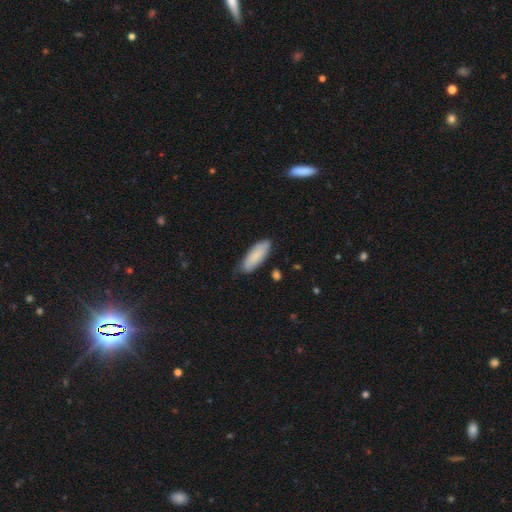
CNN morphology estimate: Smooth or featured?
  - smooth: 82% *
  - featured or disk: 12%
  - star or artifact: 6%
How rounded?
  - in between: 67% *
  - cigar-shaped: 32%
  - round: 2%
Merging?
  - none: 73% *
  - minor disturbance: 22%
  - major disturbance: 3%
  - merger: 2%